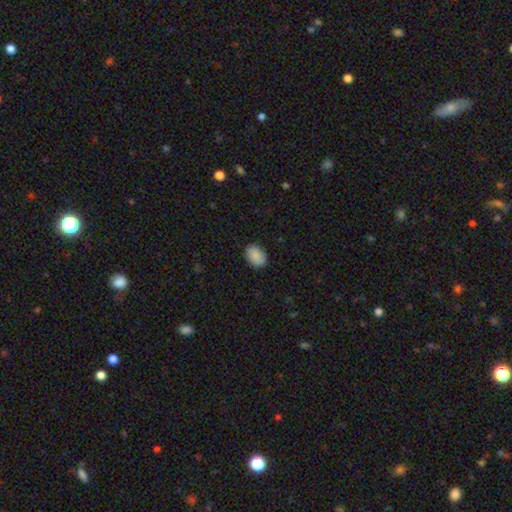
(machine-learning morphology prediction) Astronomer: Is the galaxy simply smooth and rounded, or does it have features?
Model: smooth — 87%.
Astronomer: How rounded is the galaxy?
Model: in between — 72%.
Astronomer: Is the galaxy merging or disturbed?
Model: none — 86%.